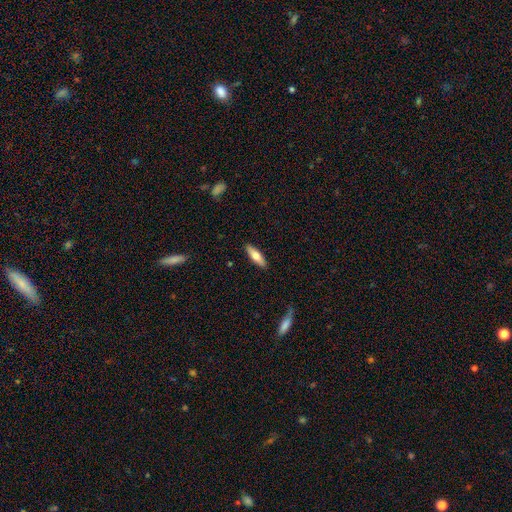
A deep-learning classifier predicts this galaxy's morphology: Smooth or featured: smooth — 65% (featured or disk — 29%)
How rounded: cigar-shaped — 55% (in between — 43%)
Merging: none — 89% (minor disturbance — 8%)